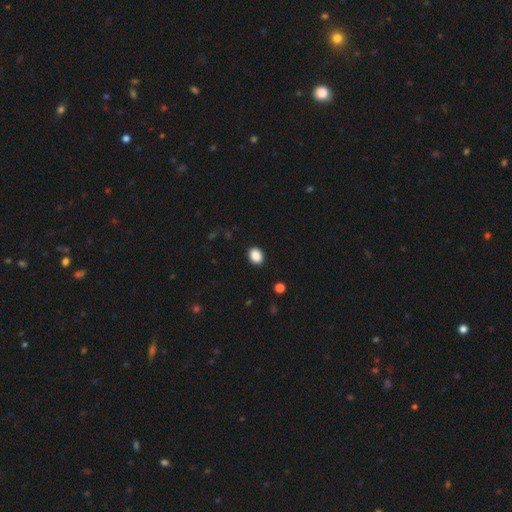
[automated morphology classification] This is clearly a smooth galaxy (89%). How rounded: possibly in between (60%). Merging: clearly none (90%).